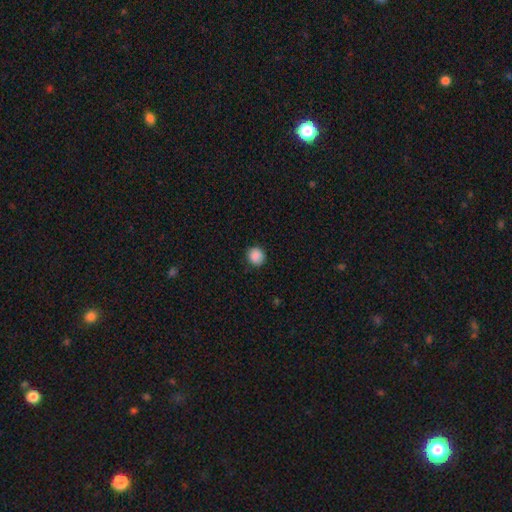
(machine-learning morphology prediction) A smooth galaxy with no disk features (88%) that is round (90%).

Vote fractions:
- Smooth or featured? smooth: 88% / star or artifact: 9% / featured or disk: 3%
- How rounded? round: 90% / in between: 9% / cigar-shaped: 1%
- Merging? none: 89% / minor disturbance: 8% / major disturbance: 2% / merger: 1%